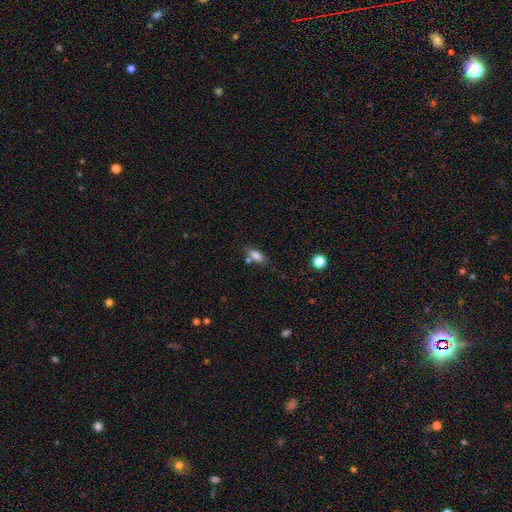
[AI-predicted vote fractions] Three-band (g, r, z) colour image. It shows a smooth galaxy with no disk features (80%) that is in between round and cigar-shaped (78%). Merging: none (63%).